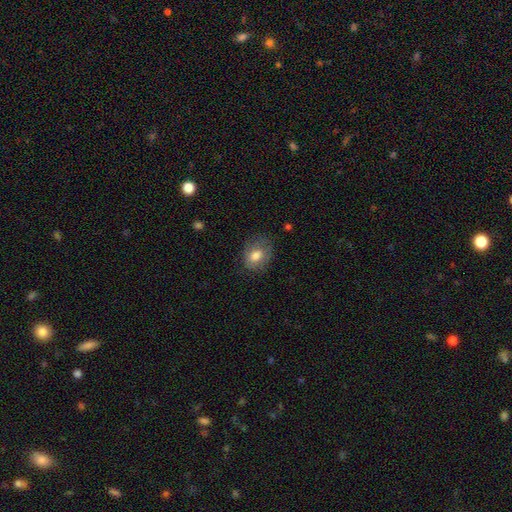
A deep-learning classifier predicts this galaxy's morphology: This is likely a smooth galaxy (75%). How rounded: possibly in between (57%). Merging: likely none (65%).